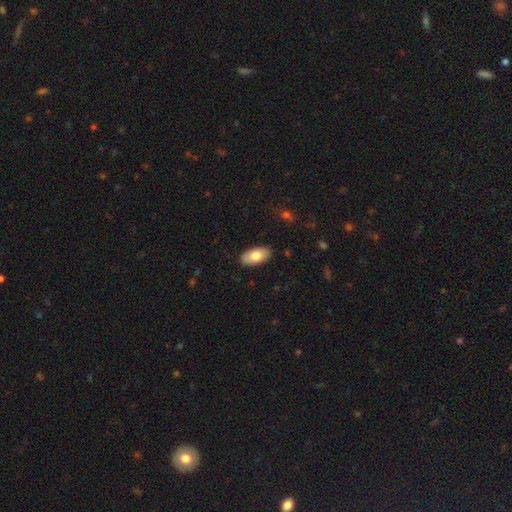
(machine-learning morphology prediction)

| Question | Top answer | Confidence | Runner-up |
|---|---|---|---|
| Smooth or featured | smooth | 76% | featured or disk (18%) |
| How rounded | in between | 94% | cigar-shaped (3%) |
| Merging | none | 88% | minor disturbance (9%) |